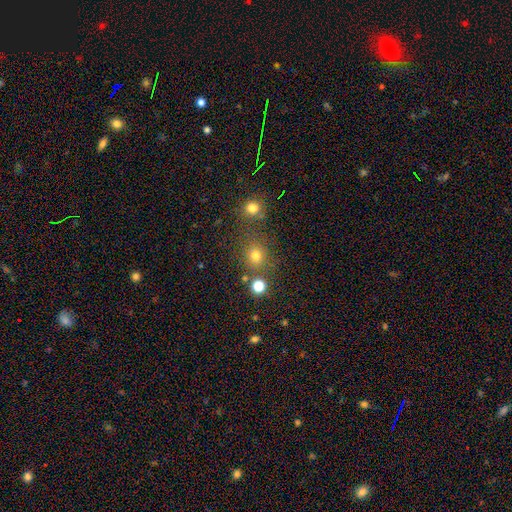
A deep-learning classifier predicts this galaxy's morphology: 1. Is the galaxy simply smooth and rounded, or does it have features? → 74% smooth, 20% star or artifact, 7% featured or disk.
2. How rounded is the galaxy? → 83% round, 16% in between, 1% cigar-shaped.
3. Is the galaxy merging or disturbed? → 72% none, 14% merger, 10% minor disturbance, 4% major disturbance.